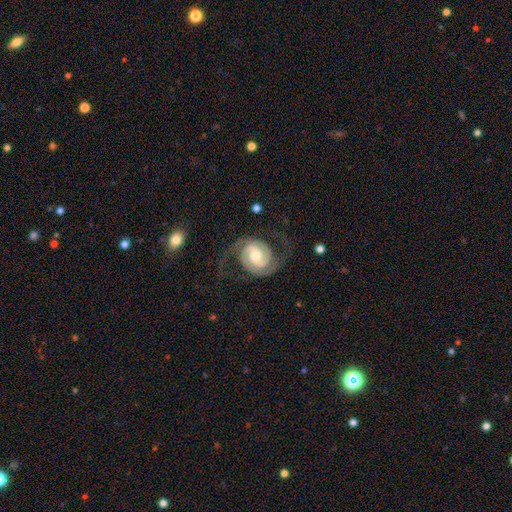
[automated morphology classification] A featured or disk galaxy (89%) with a weak bar (44%), 2 (90%) medium (44%) spiral arms (98%) and a moderate central bulge (65%).

Vote fractions:
- Smooth or featured? featured or disk: 89% / smooth: 6% / star or artifact: 4%
- Edge-on disk? no: 98% / yes: 2%
- Bar? weak: 44% / no: 39% / strong: 17%
- Spiral arms? yes: 98% / no: 2%
- Spiral winding? medium: 44% / tight: 40% / loose: 17%
- Spiral arm count? 2: 90% / can't tell: 3% / 3: 2% / 1: 1% / 4: 1% / more than 4: 1%
- Bulge size? moderate: 65% / small: 25% / large: 7% / none: 1% / dominant: 1%
- Merging? none: 69% / major disturbance: 15% / minor disturbance: 14% / merger: 1%